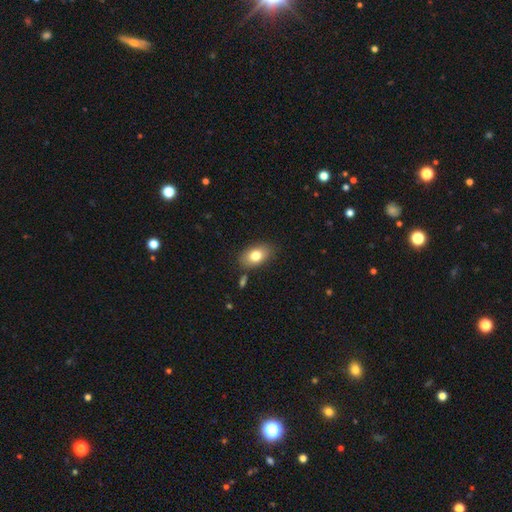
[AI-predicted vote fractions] Q: Smooth or featured?
A: smooth (79%); runner-up: featured or disk (13%)
Q: How rounded?
A: in between (88%); runner-up: round (11%)
Q: Merging?
A: none (81%); runner-up: minor disturbance (13%)